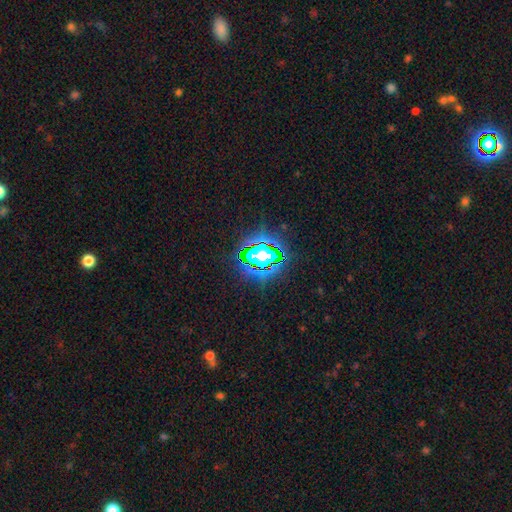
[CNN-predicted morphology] This appears to be a star or artifact, not a galaxy (81%).